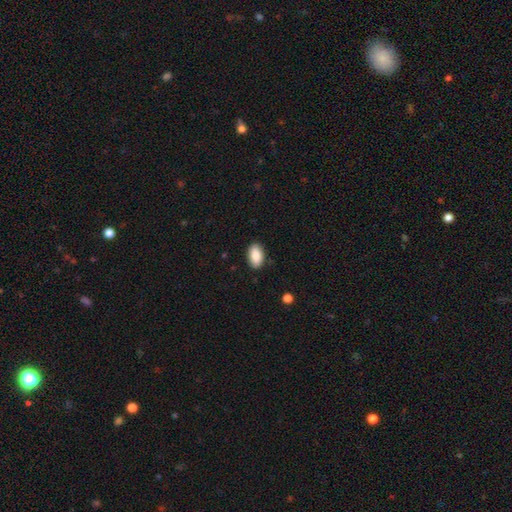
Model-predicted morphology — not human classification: type=smooth (86%); roundness=in between (93%); merging=none (88%).